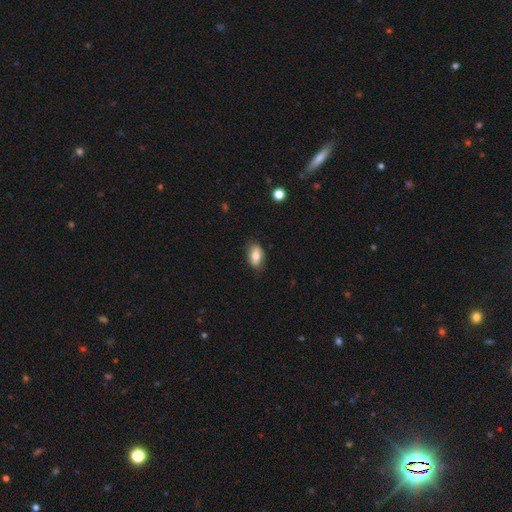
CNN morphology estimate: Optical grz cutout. It shows a smooth galaxy with no disk features (77%) that is in between round and cigar-shaped (91%). Merging: none (81%).